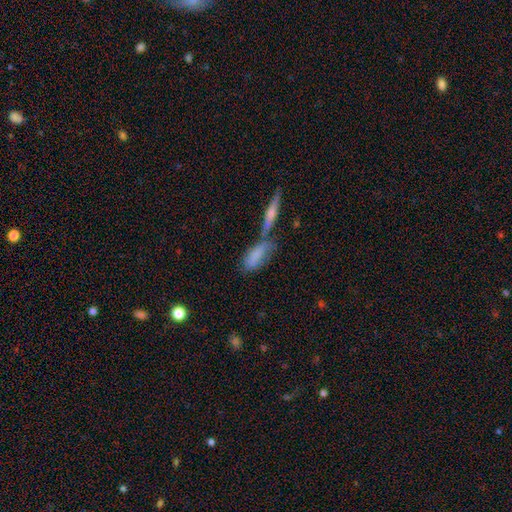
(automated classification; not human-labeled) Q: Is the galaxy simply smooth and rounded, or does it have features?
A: smooth — 72%.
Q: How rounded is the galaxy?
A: in between — 67%.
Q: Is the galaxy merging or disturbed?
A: merger — 40%.